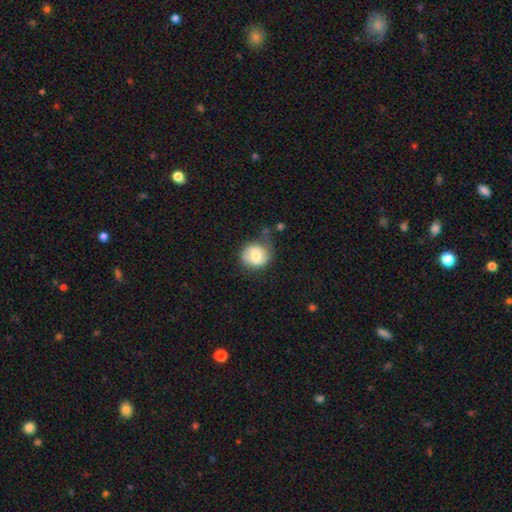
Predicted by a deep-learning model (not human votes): Q: Smooth or featured?
A: smooth (68%); runner-up: featured or disk (24%)
Q: How rounded?
A: round (78%); runner-up: in between (22%)
Q: Merging?
A: none (50%); runner-up: minor disturbance (31%)